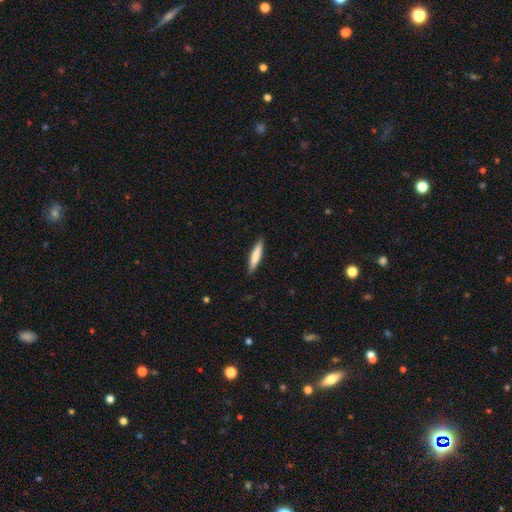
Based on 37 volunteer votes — Volunteers were most divided on "smooth or featured": smooth: 78%, featured or disk: 19%, star or artifact: 3%. More confident: how rounded — cigar-shaped (93%); merging — none (89%).